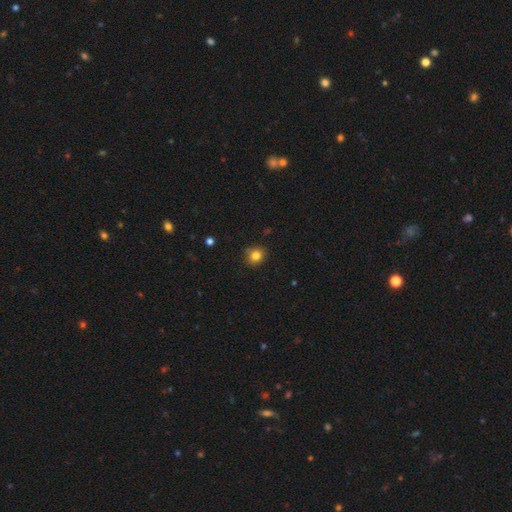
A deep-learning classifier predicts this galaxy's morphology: Overall: smooth (82%). How rounded: round (78%). Merging: none (84%).